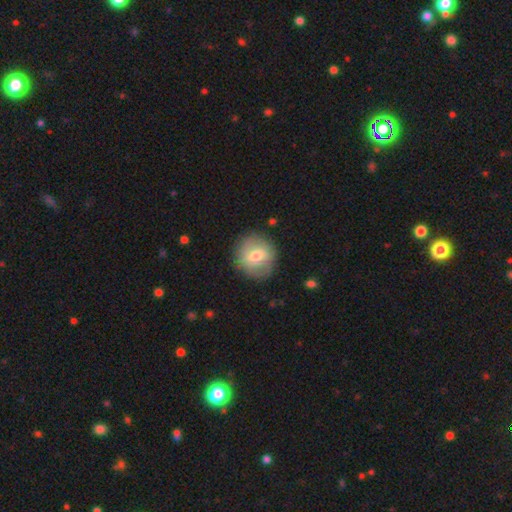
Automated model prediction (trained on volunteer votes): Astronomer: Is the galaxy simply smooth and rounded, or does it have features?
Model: smooth — 58% (runner-up: featured or disk, 35%).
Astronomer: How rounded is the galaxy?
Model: round — 88%.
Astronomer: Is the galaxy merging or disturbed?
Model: none — 83%.